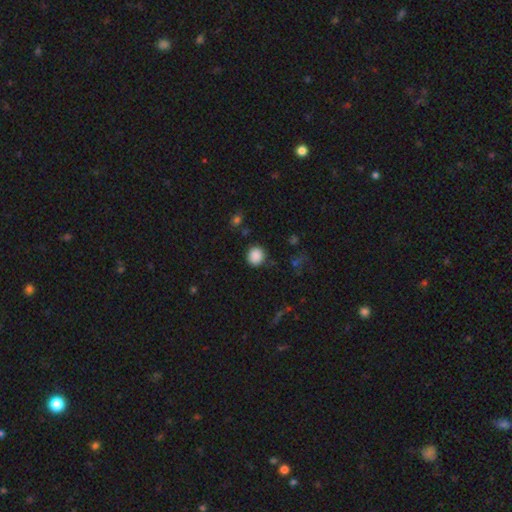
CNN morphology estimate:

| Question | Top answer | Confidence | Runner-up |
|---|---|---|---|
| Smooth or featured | smooth | 87% | star or artifact (10%) |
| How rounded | round | 90% | in between (9%) |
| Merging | none | 88% | minor disturbance (8%) |